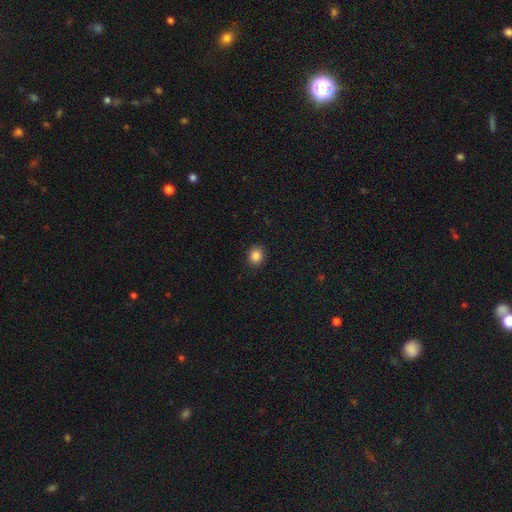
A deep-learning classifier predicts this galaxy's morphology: A smooth galaxy with no disk features (87%) that is round (71%). Merging: none (89%).